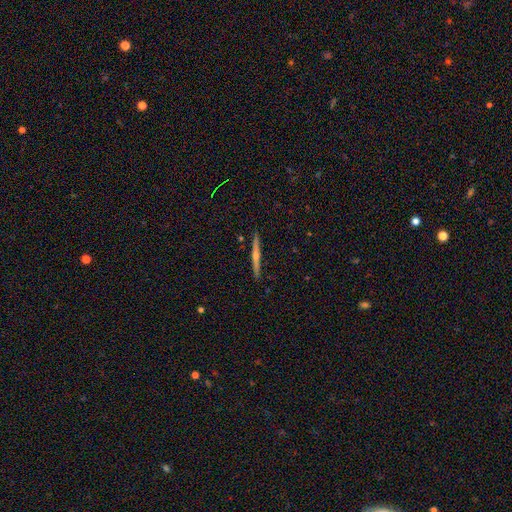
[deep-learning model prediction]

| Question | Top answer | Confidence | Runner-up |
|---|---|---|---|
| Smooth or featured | featured or disk | 71% | smooth (23%) |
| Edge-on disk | yes | 98% | no (2%) |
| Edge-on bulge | rounded | 79% | none (16%) |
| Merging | none | 91% | minor disturbance (6%) |